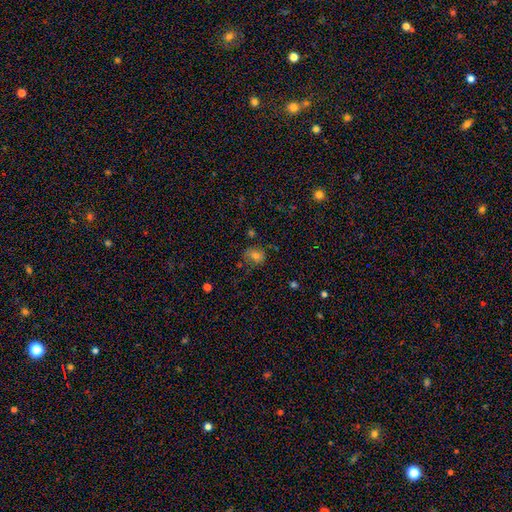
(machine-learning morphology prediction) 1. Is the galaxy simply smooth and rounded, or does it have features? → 68% smooth, 16% featured or disk, 16% star or artifact.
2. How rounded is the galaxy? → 52% round, 46% in between, 1% cigar-shaped.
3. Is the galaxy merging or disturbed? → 62% none, 23% minor disturbance, 11% major disturbance, 3% merger.